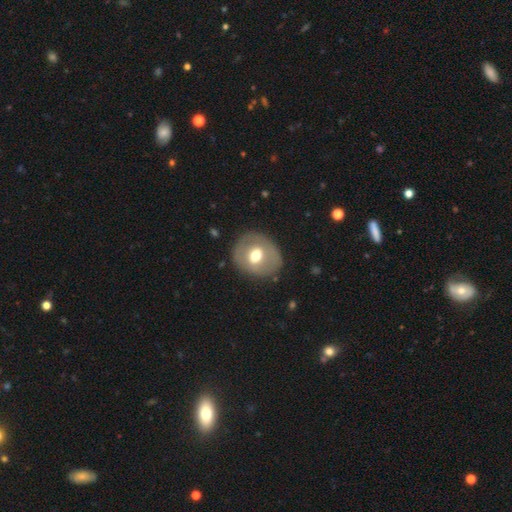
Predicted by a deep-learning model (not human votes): A smooth galaxy with no disk features (54%) that is round (73%).

Vote fractions:
- Smooth or featured? smooth: 54% / featured or disk: 38% / star or artifact: 7%
- How rounded? round: 73% / in between: 26% / cigar-shaped: 1%
- Merging? none: 81% / minor disturbance: 13% / major disturbance: 5% / merger: 2%